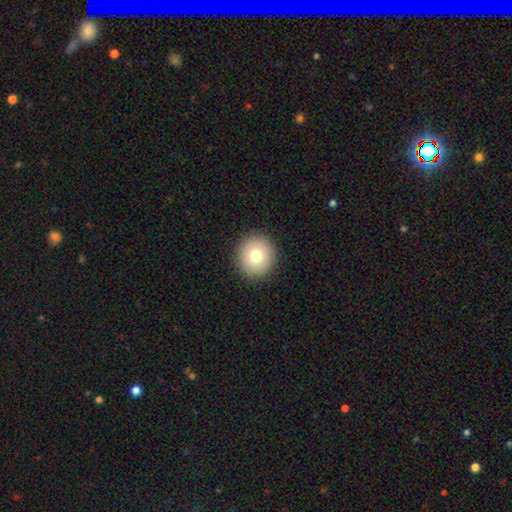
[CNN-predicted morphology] Q: Smooth or featured?
A: smooth (77%); runner-up: featured or disk (13%)
Q: How rounded?
A: round (91%); runner-up: in between (8%)
Q: Merging?
A: none (92%); runner-up: minor disturbance (5%)